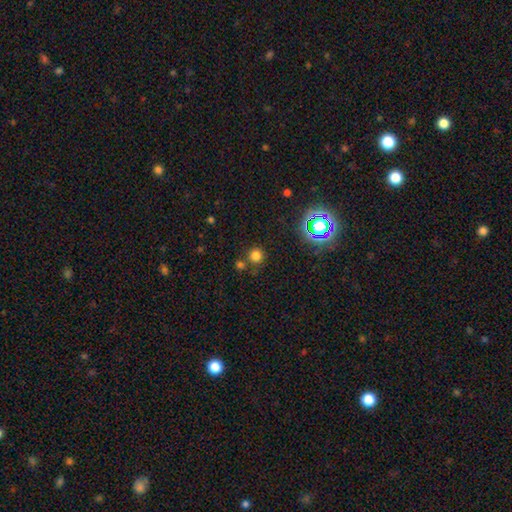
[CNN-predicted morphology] This appears to be a smooth galaxy with no disk features (72%) that is round (92%). Merging: none (73%).